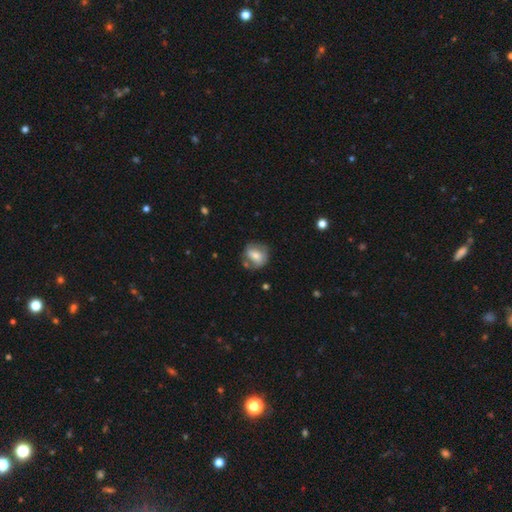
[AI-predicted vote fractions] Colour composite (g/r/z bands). It shows a smooth galaxy with no disk features (62%) that is round (64%). Merging: none (58%).